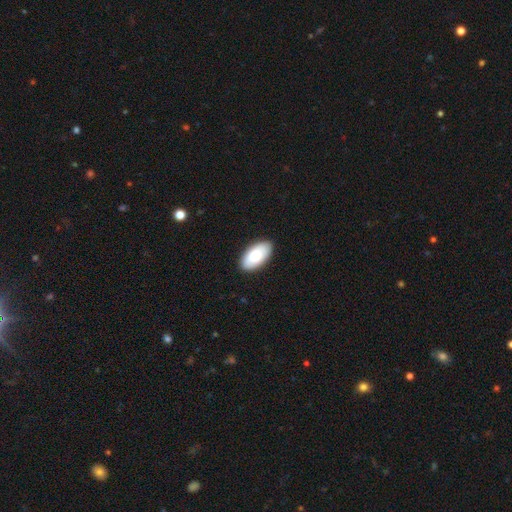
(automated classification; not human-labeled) The model was most divided on "smooth or featured": smooth: 79%, featured or disk: 16%, star or artifact: 6%. More confident: how rounded — in between (96%); merging — none (89%).